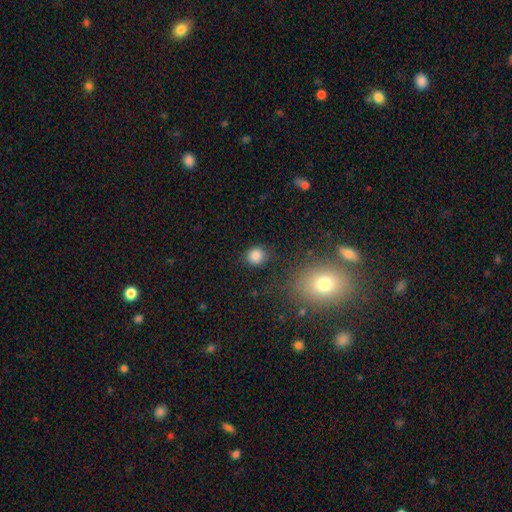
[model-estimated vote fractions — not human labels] smooth_or_featured: smooth (p=0.84) [alt: star or artifact p=0.11]
how_rounded: round (p=0.82) [alt: in between p=0.17]
merging: none (p=0.83) [alt: minor disturbance p=0.10]